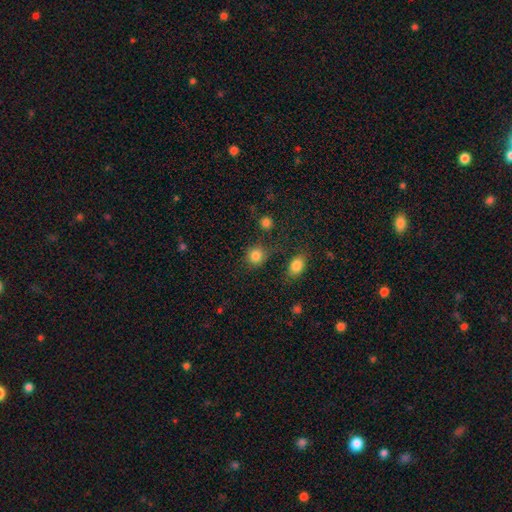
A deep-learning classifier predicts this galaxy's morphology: Smooth or featured: smooth — 84% (star or artifact — 11%)
How rounded: round — 85% (in between — 14%)
Merging: none — 73% (minor disturbance — 12%)